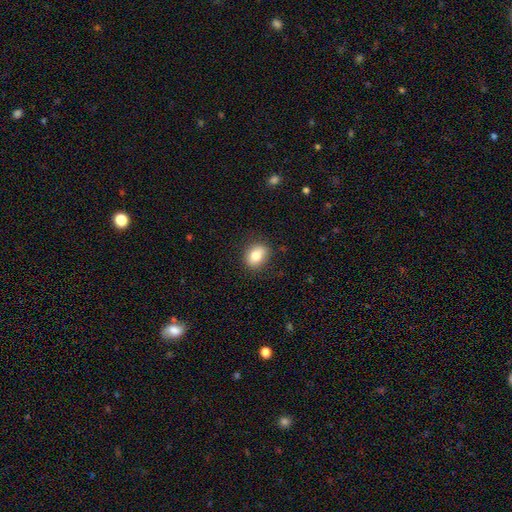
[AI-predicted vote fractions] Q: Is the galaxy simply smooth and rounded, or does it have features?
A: smooth — 81%.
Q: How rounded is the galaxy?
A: in between — 55%.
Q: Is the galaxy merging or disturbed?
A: none — 85%.